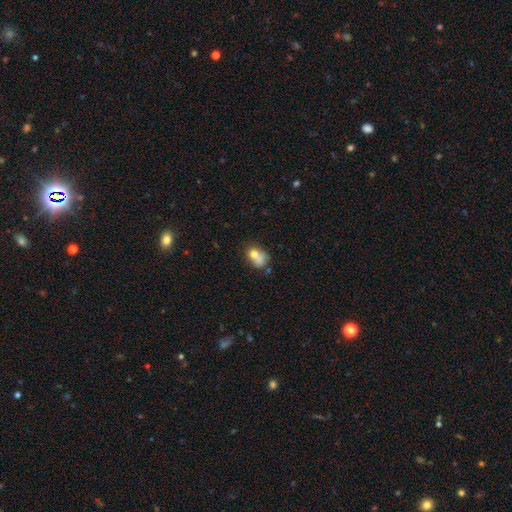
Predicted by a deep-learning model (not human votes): This is likely a smooth galaxy (70%). How rounded: possibly in between (50%). Merging: marginally merger (42%).